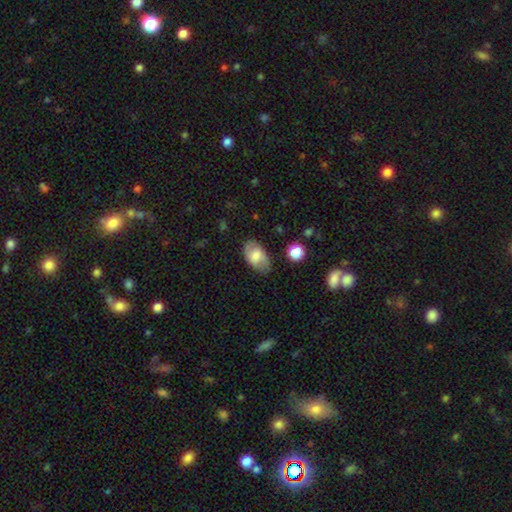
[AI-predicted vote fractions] This appears to be a smooth galaxy with no disk features (58%) that is in between round and cigar-shaped (90%). Merging: none (73%).